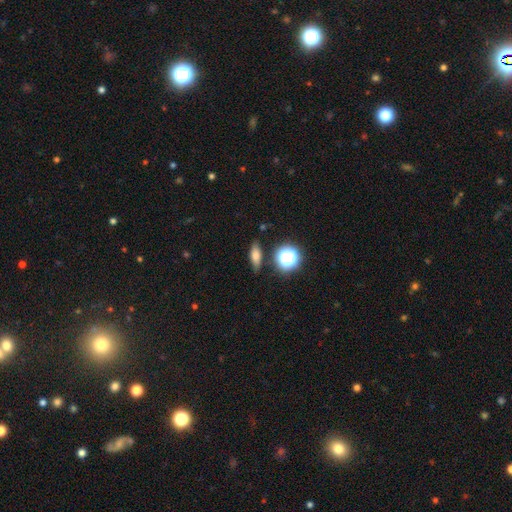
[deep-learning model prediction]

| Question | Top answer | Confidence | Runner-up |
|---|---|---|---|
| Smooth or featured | smooth | 68% | featured or disk (17%) |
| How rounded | in between | 55% | cigar-shaped (29%) |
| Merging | none | 80% | minor disturbance (13%) |